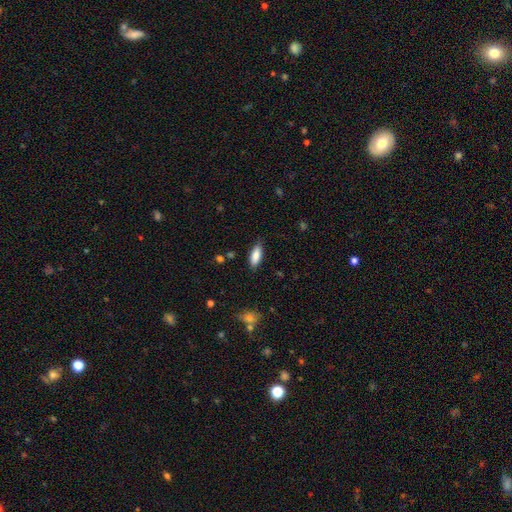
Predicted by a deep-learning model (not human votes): Q: Smooth or featured?
A: smooth (85%); runner-up: featured or disk (8%)
Q: How rounded?
A: in between (73%); runner-up: cigar-shaped (25%)
Q: Merging?
A: none (83%); runner-up: minor disturbance (13%)